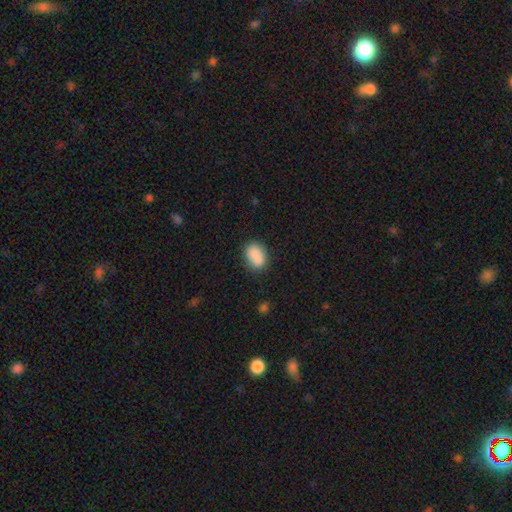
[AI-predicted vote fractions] smooth 86%, star or artifact 8%, featured or disk 6%. Down the decision tree: how rounded — in between (79%); merging — none (73%).